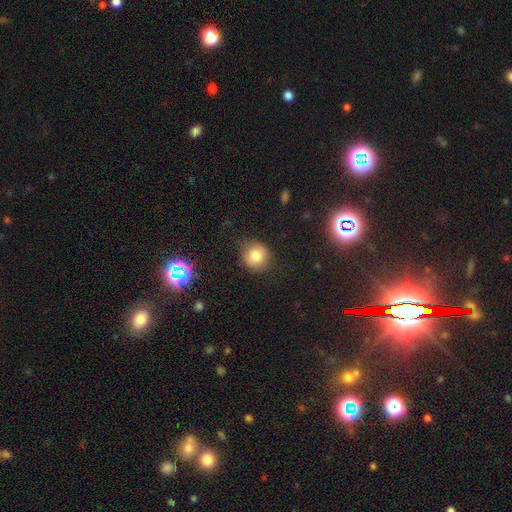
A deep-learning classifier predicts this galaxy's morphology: This appears to be a smooth galaxy with no disk features (78%) that is round (82%). Merging: none (81%).